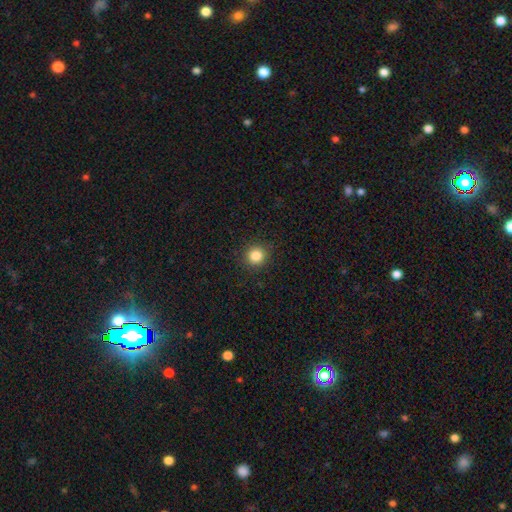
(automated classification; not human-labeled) smooth-or-featured: smooth: 84% | star or artifact: 12% | featured or disk: 5%
  how-rounded: round: 94% | in between: 5% | cigar-shaped: 1%
  merging: none: 92% | minor disturbance: 5% | major disturbance: 2% | merger: 1%